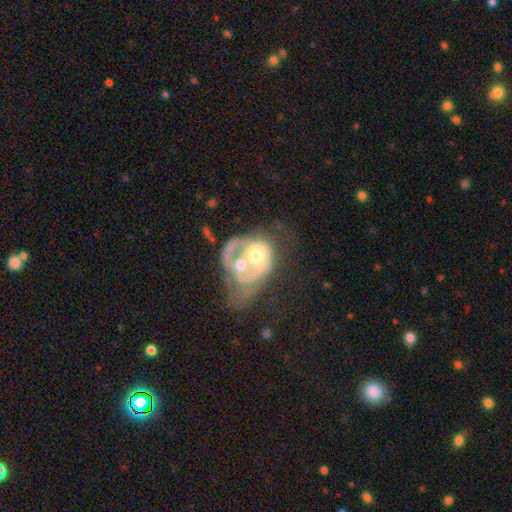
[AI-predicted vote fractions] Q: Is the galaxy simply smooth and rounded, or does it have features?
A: featured or disk — 67%.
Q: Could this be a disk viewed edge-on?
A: no — 97%.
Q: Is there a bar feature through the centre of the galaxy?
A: no — 83%.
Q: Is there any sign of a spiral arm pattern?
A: no — 56%.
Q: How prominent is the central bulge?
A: moderate — 69%.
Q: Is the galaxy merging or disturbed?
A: merger — 64%.